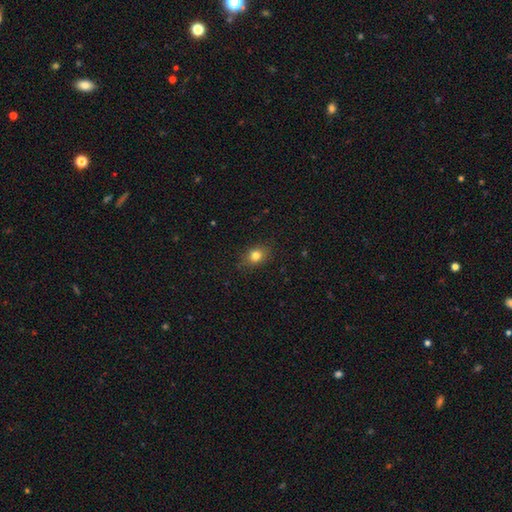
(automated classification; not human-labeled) The model was most divided on "how rounded": in between: 56%, round: 42%, cigar-shaped: 2%. More confident: merging — none (83%); smooth or featured — smooth (80%).